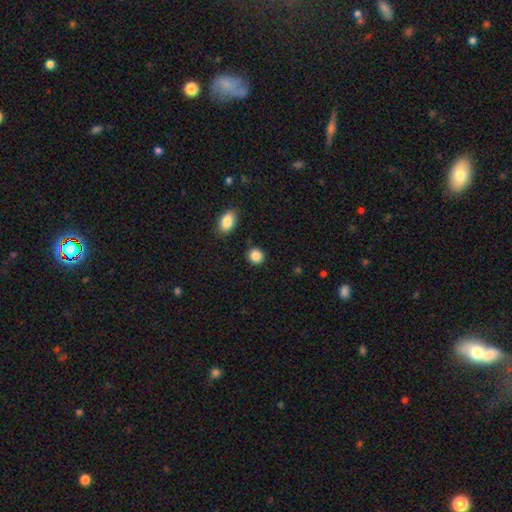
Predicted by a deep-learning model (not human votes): smooth 87%, star or artifact 9%, featured or disk 4%. Down the decision tree: how rounded — round (83%); merging — none (89%).